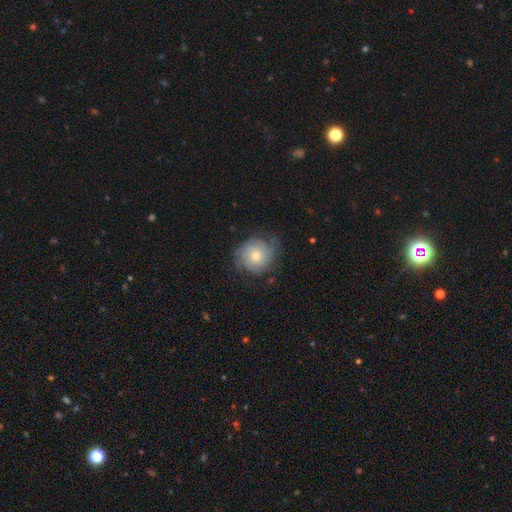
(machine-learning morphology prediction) Smooth or featured? featured or disk (51%)
Edge-on disk? no (97%)
Merging? none (66%)